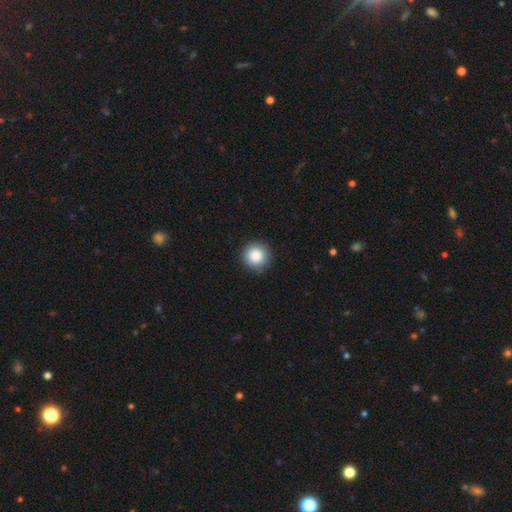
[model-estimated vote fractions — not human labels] This appears to be a smooth galaxy with no disk features (87%) that is round (95%). Merging: none (90%).